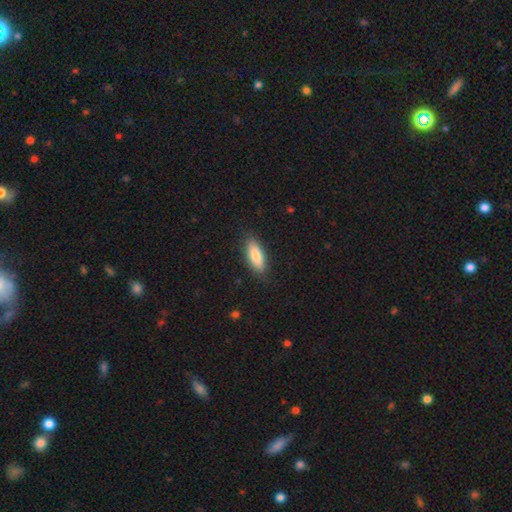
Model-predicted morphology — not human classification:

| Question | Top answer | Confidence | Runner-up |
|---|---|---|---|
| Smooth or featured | smooth | 83% | featured or disk (11%) |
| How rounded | in between | 72% | cigar-shaped (26%) |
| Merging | none | 85% | minor disturbance (12%) |